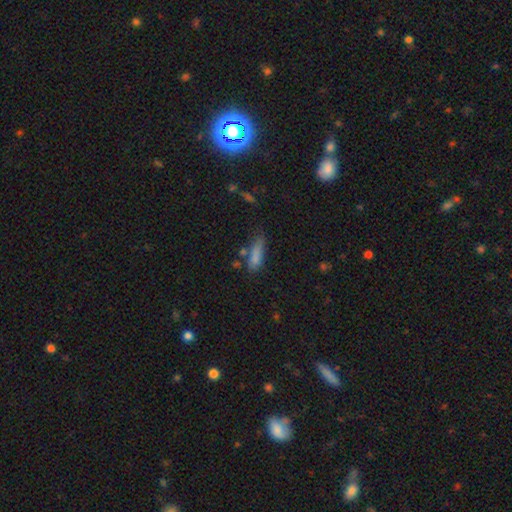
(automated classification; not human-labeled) Smooth or featured?
  - smooth: 81% *
  - featured or disk: 10%
  - star or artifact: 9%
How rounded?
  - cigar-shaped: 56% *
  - in between: 42%
  - round: 2%
Merging?
  - none: 57% *
  - minor disturbance: 26%
  - merger: 9%
  - major disturbance: 8%